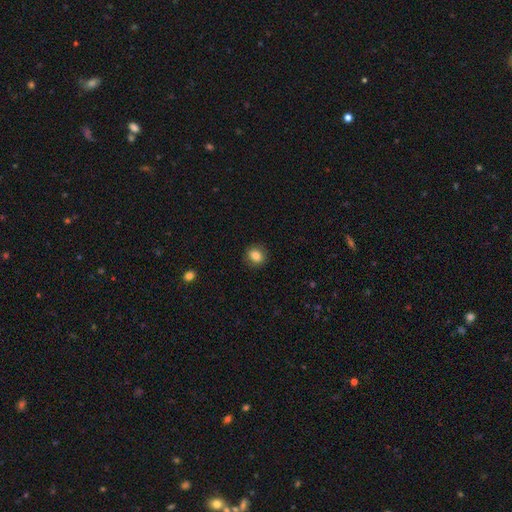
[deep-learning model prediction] This is clearly a smooth galaxy (84%). How rounded: likely round (71%). Merging: clearly none (88%).